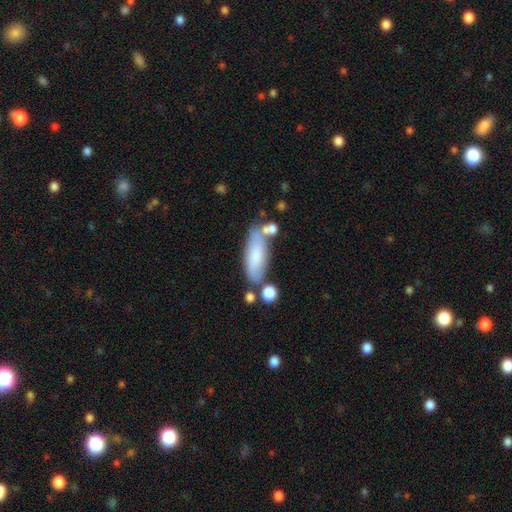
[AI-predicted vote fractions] This appears to be a smooth galaxy with no disk features (71%) that is in between round and cigar-shaped (62%). Merging: none (58%).